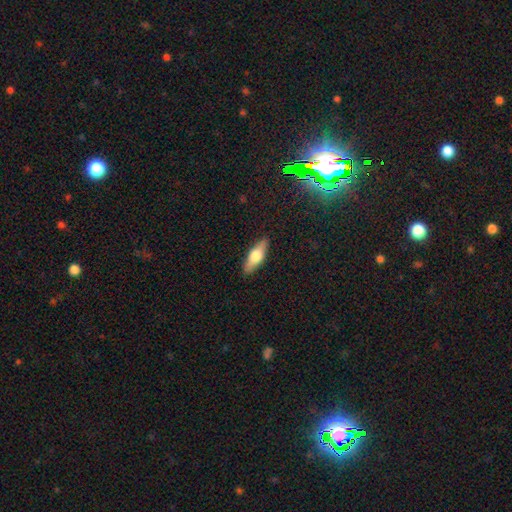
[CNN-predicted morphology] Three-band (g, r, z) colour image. It shows a smooth galaxy with no disk features (54%) that is in between round and cigar-shaped (56%). Merging: none (89%).